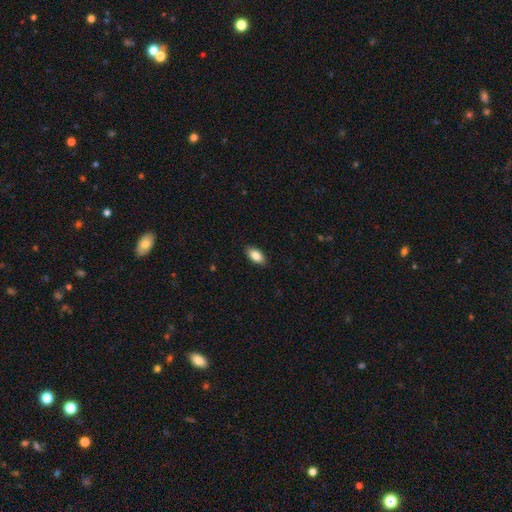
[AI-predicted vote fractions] Smooth or featured? Predicted: smooth (p=0.84). How rounded? Predicted: in between (p=0.90). Merging? Predicted: none (p=0.88).